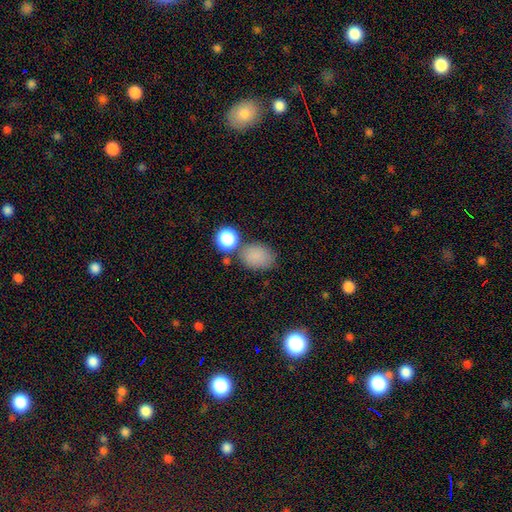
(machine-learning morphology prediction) type=smooth (83%); roundness=in between (62%); merging=none (67%).